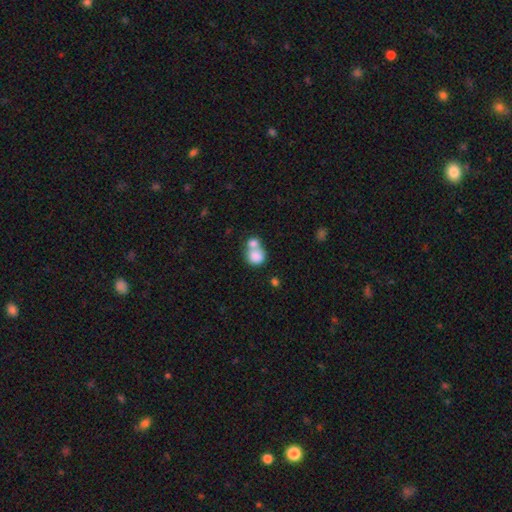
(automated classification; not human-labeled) smooth-or-featured: smooth: 81% | featured or disk: 11% | star or artifact: 8%
  how-rounded: round: 72% | in between: 27% | cigar-shaped: 1%
  merging: merger: 61% | none: 28% | minor disturbance: 7% | major disturbance: 4%